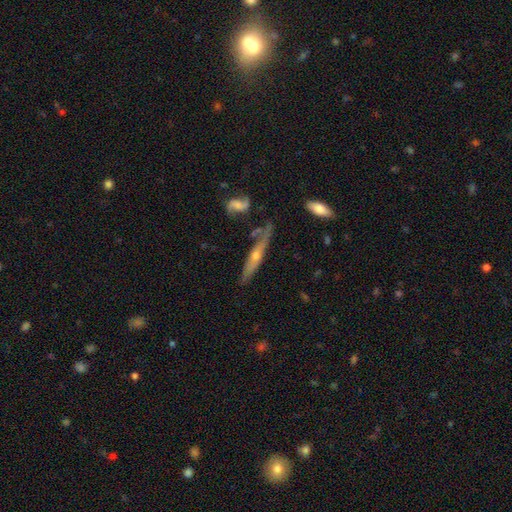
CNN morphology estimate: Overall: featured or disk (66%). Edge-on disk: yes (83%). Edge-on bulge: rounded (81%). Merging: none (63%).